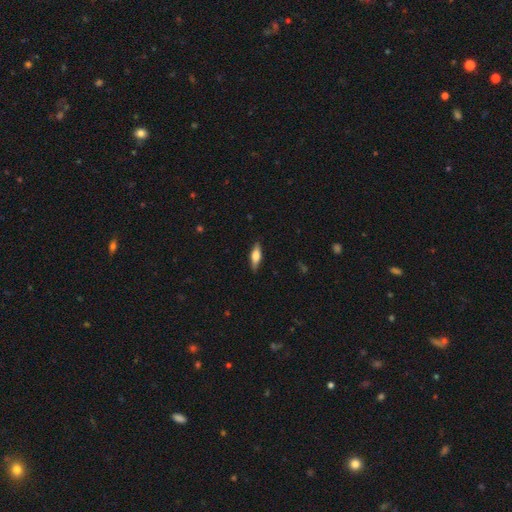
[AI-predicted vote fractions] Morphology: type=smooth (59%); roundness=in between (53%); merging=none (86%).